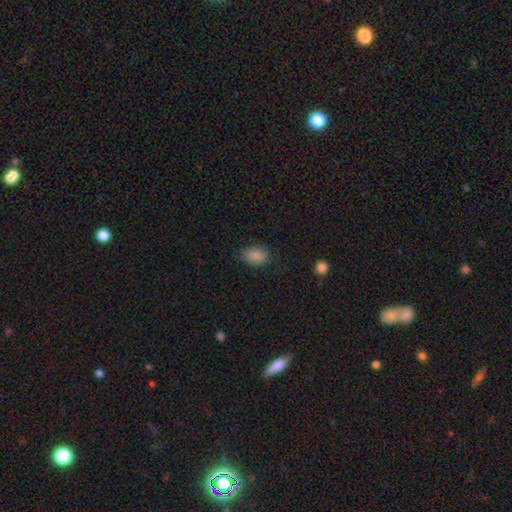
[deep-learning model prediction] smooth_or_featured: smooth (p=0.87) [alt: star or artifact p=0.09]
how_rounded: in between (p=0.82) [alt: round p=0.17]
merging: none (p=0.74) [alt: minor disturbance p=0.21]